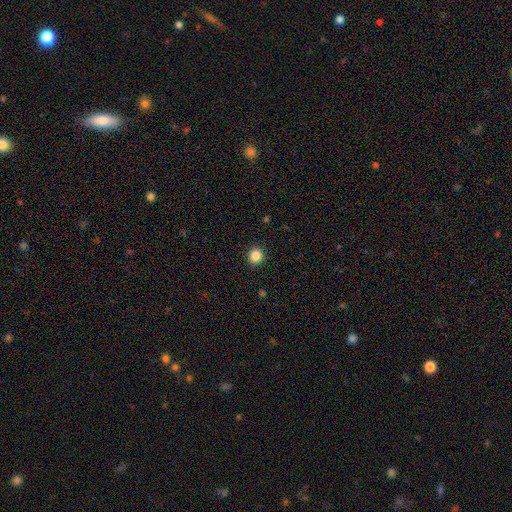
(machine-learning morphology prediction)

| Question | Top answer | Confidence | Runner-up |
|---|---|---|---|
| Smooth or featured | smooth | 85% | star or artifact (11%) |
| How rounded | round | 90% | in between (9%) |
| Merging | none | 92% | minor disturbance (5%) |